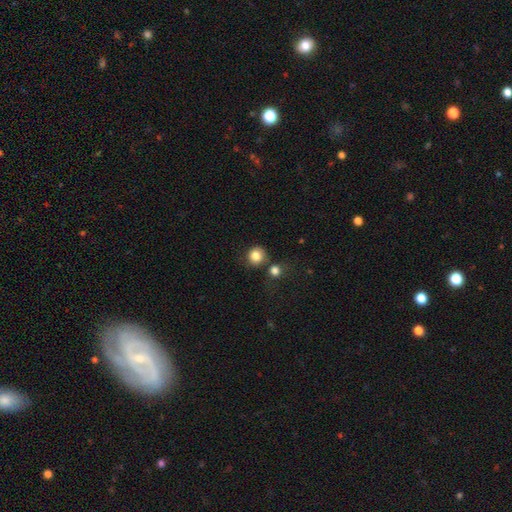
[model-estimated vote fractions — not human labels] This is clearly a smooth galaxy (83%). How rounded: clearly round (89%). Merging: likely none (73%).